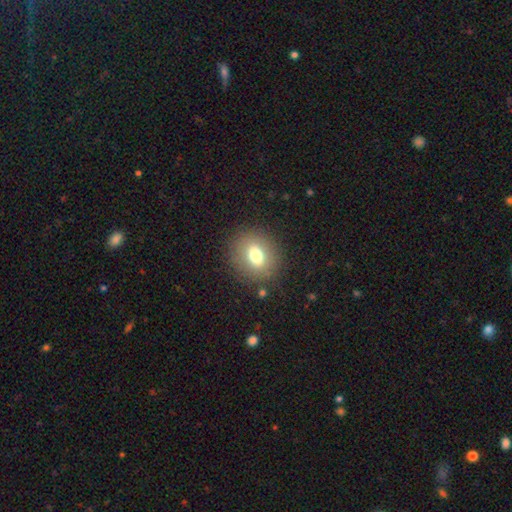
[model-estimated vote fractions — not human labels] This is likely a smooth galaxy (71%). How rounded: likely round (67%). Merging: clearly none (85%).